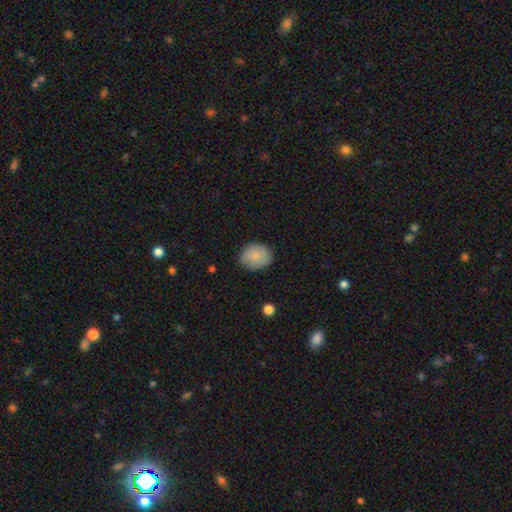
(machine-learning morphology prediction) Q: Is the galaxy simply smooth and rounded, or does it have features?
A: smooth — 80%.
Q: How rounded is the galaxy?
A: round — 52%.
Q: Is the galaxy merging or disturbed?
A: none — 80%.